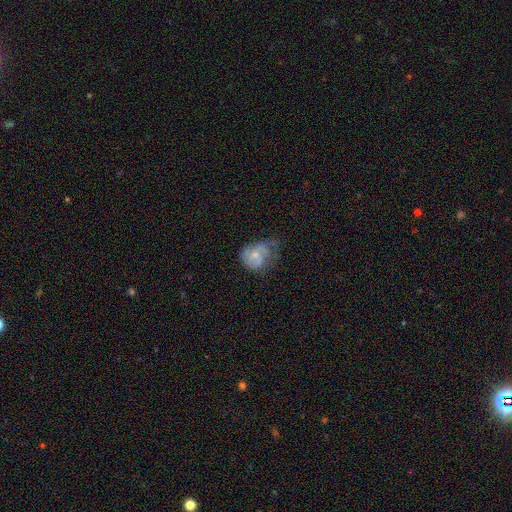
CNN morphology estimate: Overall: featured or disk (52%; smooth 40%). Edge-on disk: no (98%). Bar: no (72%). Spiral arms: yes (74%). Bulge size: small (49%; moderate 39%). Merging: minor disturbance (35%; none 34%).